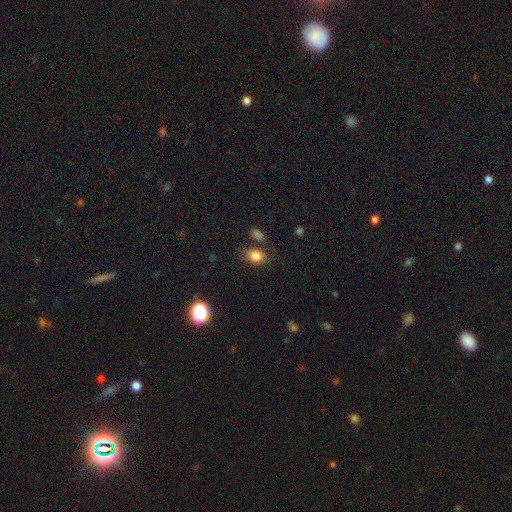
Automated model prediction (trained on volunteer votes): smooth 83%, star or artifact 11%, featured or disk 6%. Down the decision tree: how rounded — in between (67%); merging — none (71%).